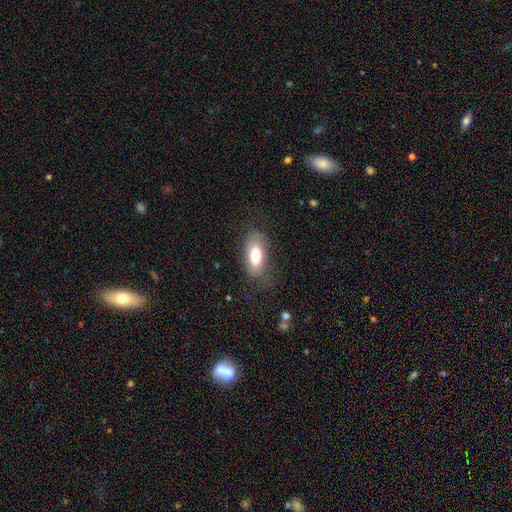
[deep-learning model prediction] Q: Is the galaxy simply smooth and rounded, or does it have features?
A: smooth — 74%.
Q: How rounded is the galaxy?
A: in between — 86%.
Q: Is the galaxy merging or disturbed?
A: none — 74%.